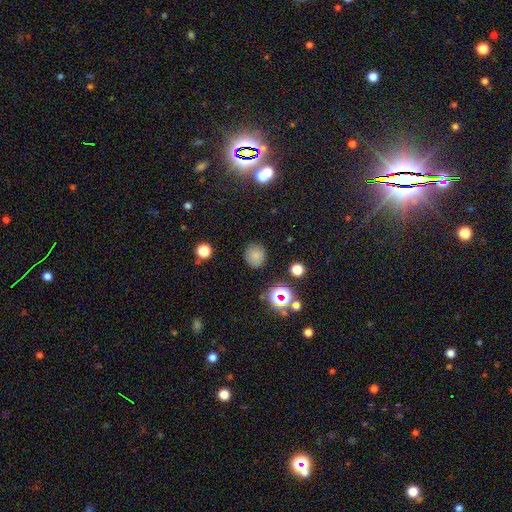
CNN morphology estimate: This appears to be a smooth galaxy with no disk features (76%) that is round (86%). Merging: none (84%).